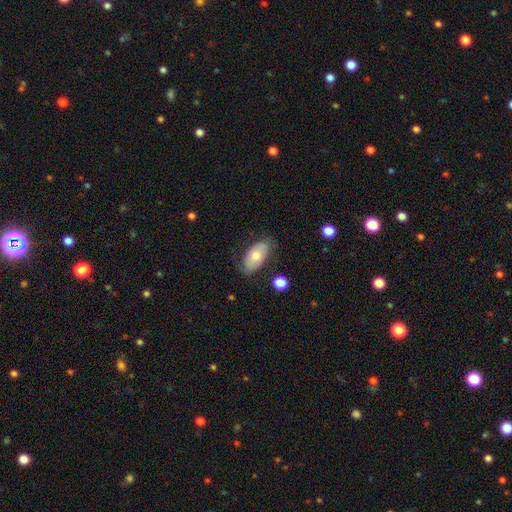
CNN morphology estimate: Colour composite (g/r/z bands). It shows a smooth galaxy with no disk features (67%) that is in between round and cigar-shaped (93%). Merging: none (72%).